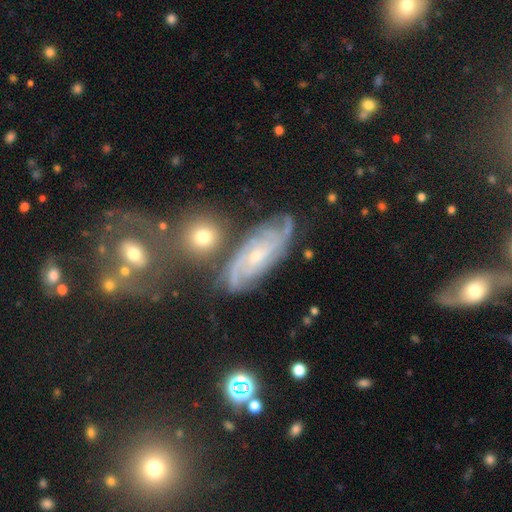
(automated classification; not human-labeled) Smooth or featured?
  - featured or disk: 83% *
  - smooth: 9%
  - star or artifact: 8%
Edge-on disk?
  - no: 93% *
  - yes: 7%
Bar?
  - no: 60% *
  - weak: 32%
  - strong: 9%
Spiral arms?
  - yes: 96% *
  - no: 4%
Spiral winding?
  - tight: 68% *
  - medium: 26%
  - loose: 6%
Spiral arm count?
  - can't tell: 32% *
  - 3: 22%
  - 2: 18%
  - 4: 15%
  - more than 4: 7%
  - 1: 6%
Bulge size?
  - small: 71% *
  - moderate: 25%
  - none: 2%
  - large: 1%
  - dominant: 1%
Merging?
  - none: 72% *
  - minor disturbance: 16%
  - merger: 7%
  - major disturbance: 5%